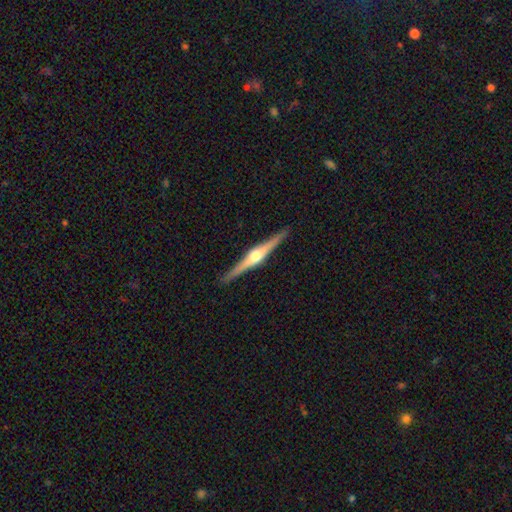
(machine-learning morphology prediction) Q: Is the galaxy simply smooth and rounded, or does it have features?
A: featured or disk — 84%.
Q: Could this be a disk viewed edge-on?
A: yes — 98%.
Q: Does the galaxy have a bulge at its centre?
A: rounded — 94%.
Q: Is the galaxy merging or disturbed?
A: none — 92%.